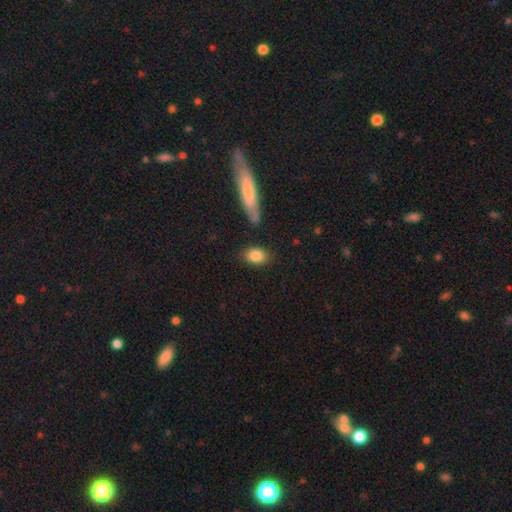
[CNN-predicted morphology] A smooth galaxy with no disk features (85%) that is in between round and cigar-shaped (78%). Merging: none (81%).